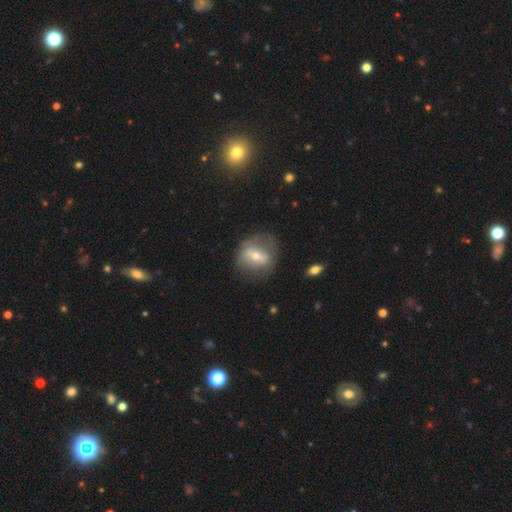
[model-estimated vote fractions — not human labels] Smooth or featured? Predicted: featured or disk (p=0.49). Merging? Predicted: none (p=0.65).